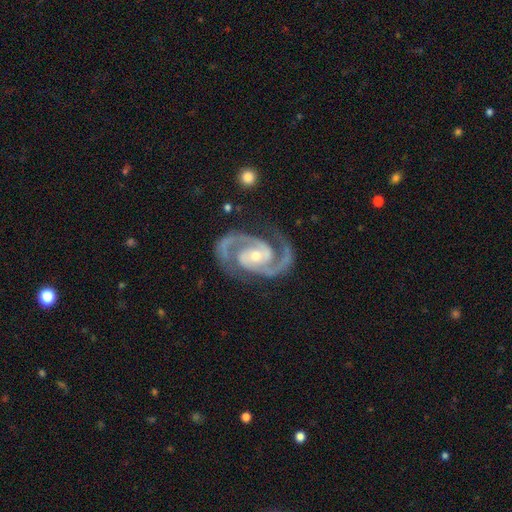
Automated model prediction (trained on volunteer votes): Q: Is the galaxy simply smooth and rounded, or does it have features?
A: featured or disk — 95%.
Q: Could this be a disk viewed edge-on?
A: no — 98%.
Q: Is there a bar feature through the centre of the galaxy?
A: no — 54%.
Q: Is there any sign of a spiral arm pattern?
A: yes — 99%.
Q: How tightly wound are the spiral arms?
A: medium — 56%.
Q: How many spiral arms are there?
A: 2 — 94%.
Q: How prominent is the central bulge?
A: small — 50%.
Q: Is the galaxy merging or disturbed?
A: none — 82%.